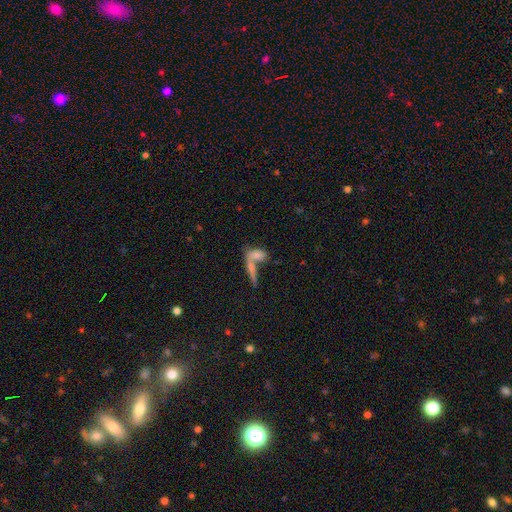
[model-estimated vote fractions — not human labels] smooth 66%, featured or disk 24%, star or artifact 10%. Down the decision tree: how rounded — in between (64%); merging — merger (59%).